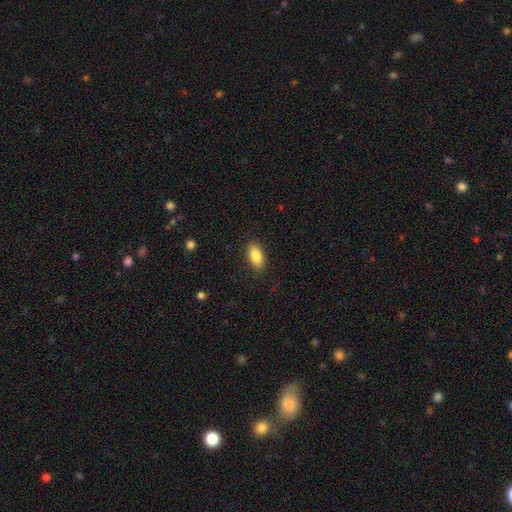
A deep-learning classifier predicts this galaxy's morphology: type=smooth (86%); roundness=in between (90%); merging=none (88%).